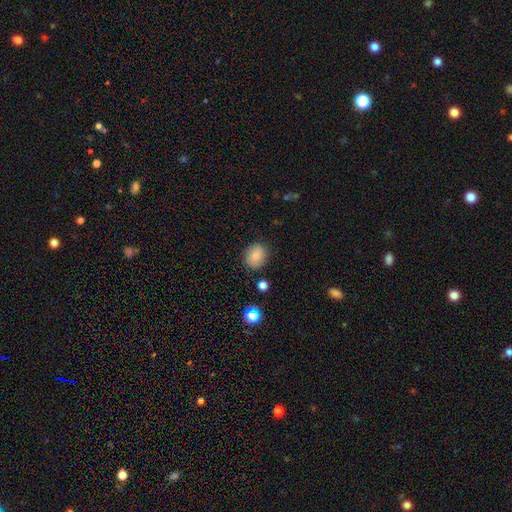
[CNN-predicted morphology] This appears to be a smooth galaxy with no disk features (81%) that is round (63%). Merging: none (86%).